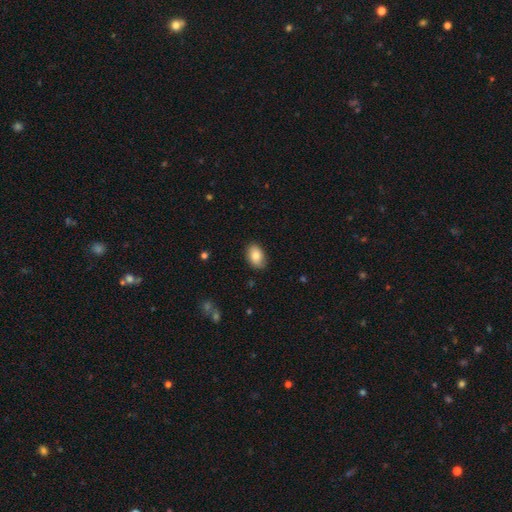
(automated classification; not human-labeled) This is clearly a smooth galaxy (85%). How rounded: clearly in between (88%). Merging: clearly none (84%).